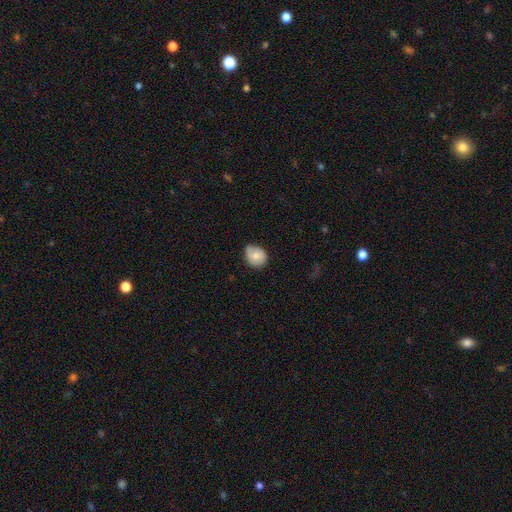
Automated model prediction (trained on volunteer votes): Smooth or featured? smooth (72%)
How rounded? round (61%)
Merging? none (63%)